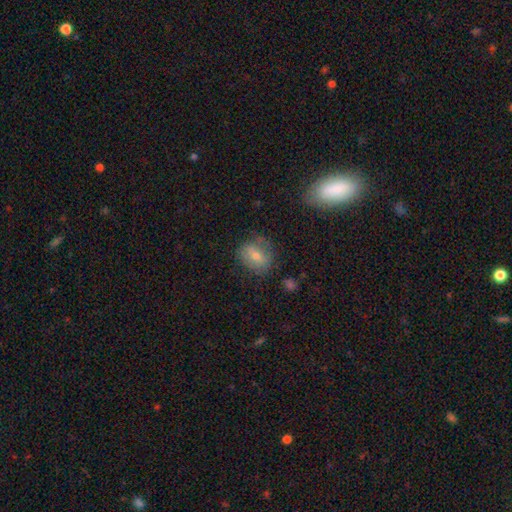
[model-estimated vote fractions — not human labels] A smooth galaxy with no disk features (61%) that is round (53%).

Vote fractions:
- Smooth or featured? smooth: 61% / featured or disk: 30% / star or artifact: 9%
- How rounded? round: 53% / in between: 45% / cigar-shaped: 2%
- Merging? none: 68% / minor disturbance: 21% / major disturbance: 8% / merger: 2%